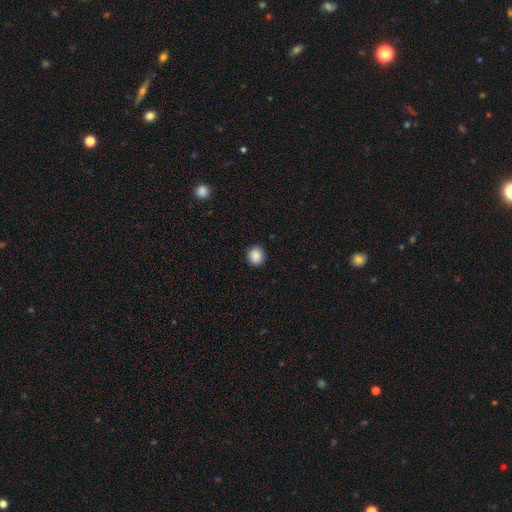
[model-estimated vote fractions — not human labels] A smooth galaxy with no disk features (89%) that is round (88%).

Vote fractions:
- Smooth or featured? smooth: 89% / star or artifact: 9% / featured or disk: 2%
- How rounded? round: 88% / in between: 11% / cigar-shaped: 1%
- Merging? none: 92% / minor disturbance: 6% / major disturbance: 2% / merger: 1%